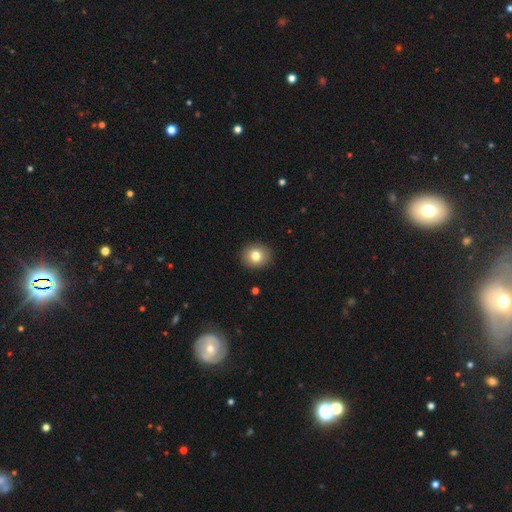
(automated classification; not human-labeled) Smooth or featured? Predicted: smooth (p=0.80). How rounded? Predicted: round (p=0.80). Merging? Predicted: none (p=0.91).